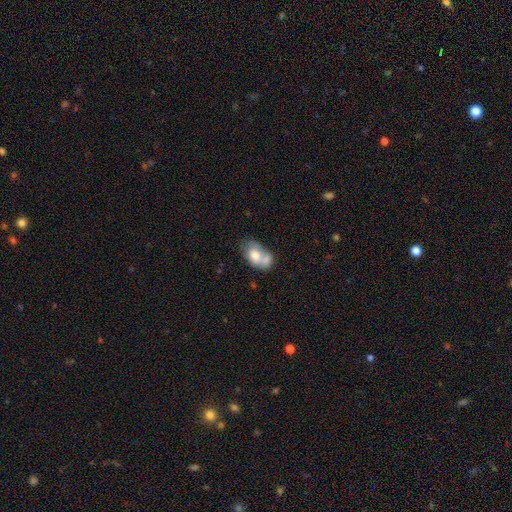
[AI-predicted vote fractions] The model was most divided on "merging": merger: 51%, none: 23%, minor disturbance: 16%, major disturbance: 10%. More confident: how rounded — in between (84%); smooth or featured — smooth (67%).